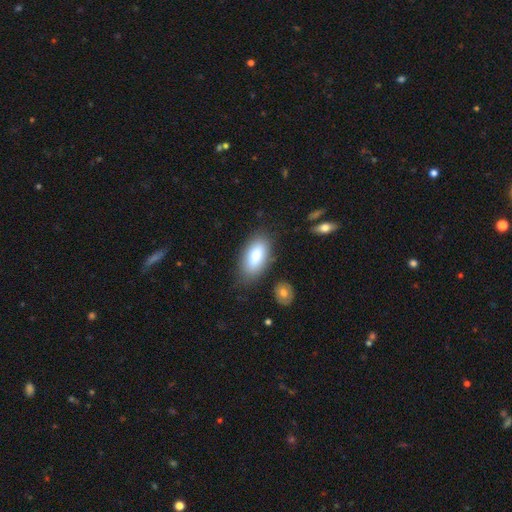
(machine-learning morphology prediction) This appears to be a smooth galaxy with no disk features (78%) that is in between round and cigar-shaped (90%). Merging: none (79%).